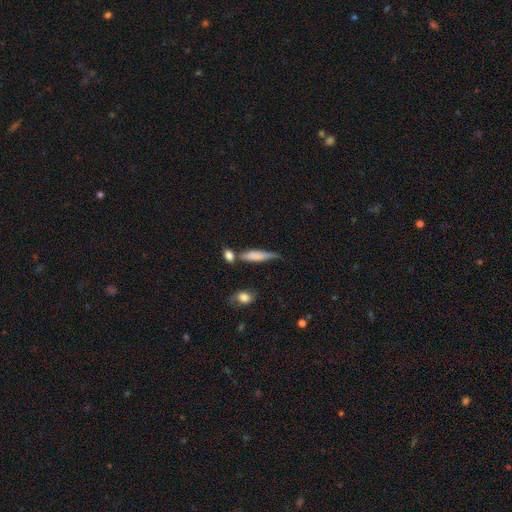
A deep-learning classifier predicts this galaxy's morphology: Overall: smooth (69%). How rounded: cigar-shaped (70%). Merging: none (46%; minor disturbance 27%).